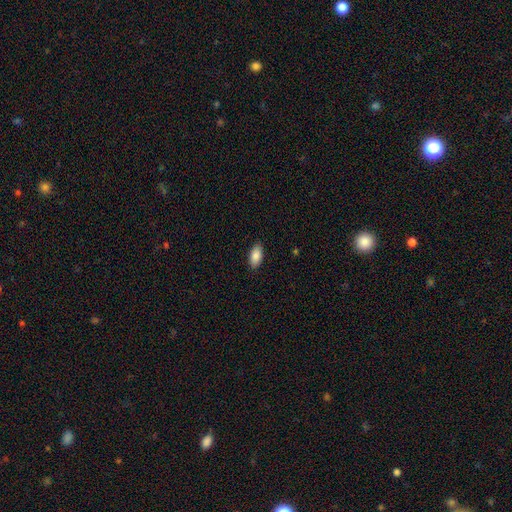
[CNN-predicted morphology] This appears to be a smooth galaxy with no disk features (88%) that is in between round and cigar-shaped (92%). Merging: none (88%).